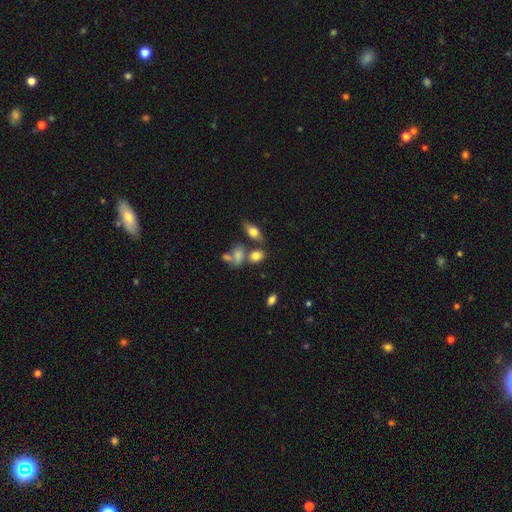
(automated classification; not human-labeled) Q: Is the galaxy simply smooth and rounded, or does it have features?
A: smooth — 75%.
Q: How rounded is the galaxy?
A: in between — 71%.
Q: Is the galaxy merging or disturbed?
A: none — 52%.